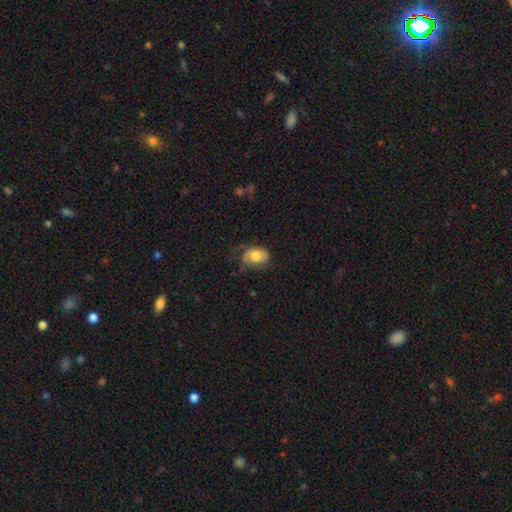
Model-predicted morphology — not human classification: This is likely a smooth galaxy (61%). How rounded: likely in between (70%). Merging: possibly none (48%).